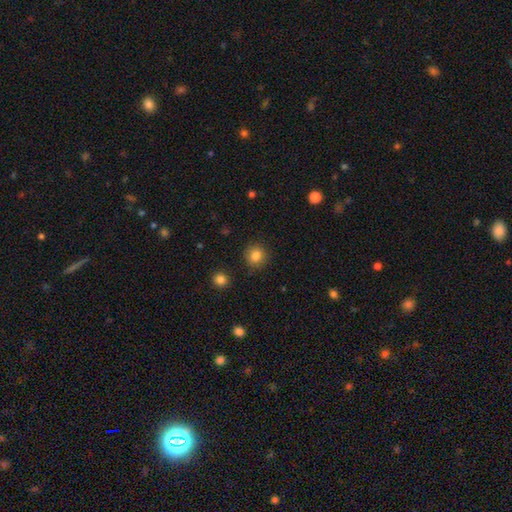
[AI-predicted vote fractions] Smooth or featured?
  - smooth: 83% *
  - star or artifact: 11%
  - featured or disk: 6%
How rounded?
  - round: 91% *
  - in between: 8%
  - cigar-shaped: 1%
Merging?
  - none: 89% *
  - minor disturbance: 7%
  - major disturbance: 2%
  - merger: 2%